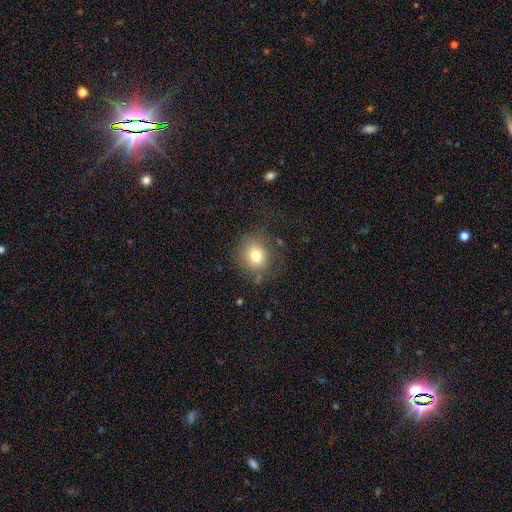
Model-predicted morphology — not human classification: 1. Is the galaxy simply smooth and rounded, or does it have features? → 76% smooth, 13% star or artifact, 11% featured or disk.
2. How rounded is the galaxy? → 81% round, 18% in between, 1% cigar-shaped.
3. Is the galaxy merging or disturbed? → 74% none, 15% minor disturbance, 8% major disturbance, 2% merger.